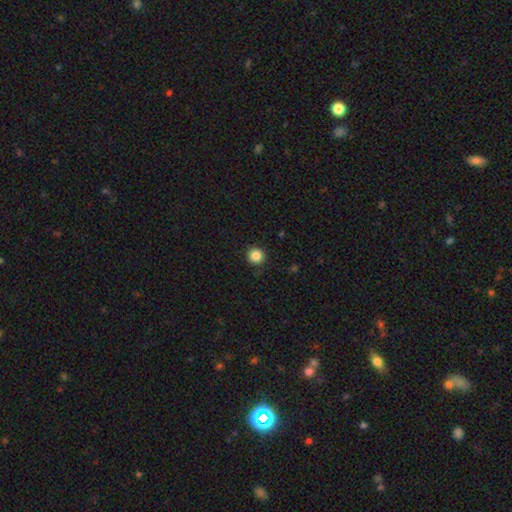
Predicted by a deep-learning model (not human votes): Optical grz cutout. It shows a smooth galaxy with no disk features (86%) that is round (95%). Merging: none (91%).